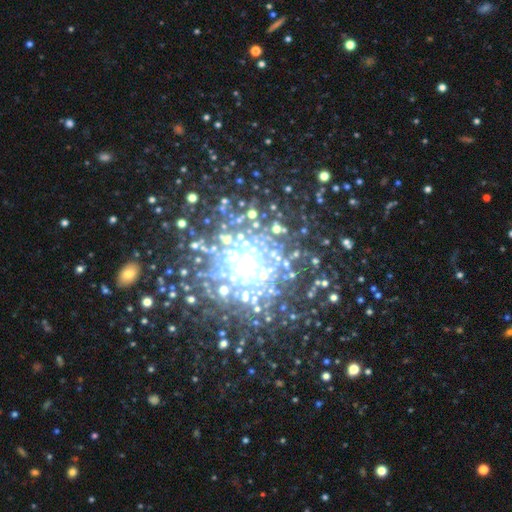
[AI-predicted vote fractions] Smooth or featured? featured or disk (46%)
Merging? none (65%)